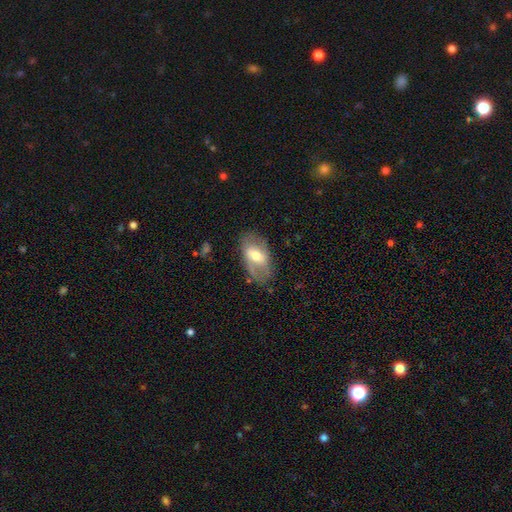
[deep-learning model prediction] A featured or disk galaxy (55%).

Vote fractions:
- Smooth or featured? featured or disk: 55% / smooth: 38% / star or artifact: 7%
- Edge-on disk? no: 91% / yes: 9%
- Merging? none: 73% / minor disturbance: 18% / major disturbance: 7% / merger: 2%